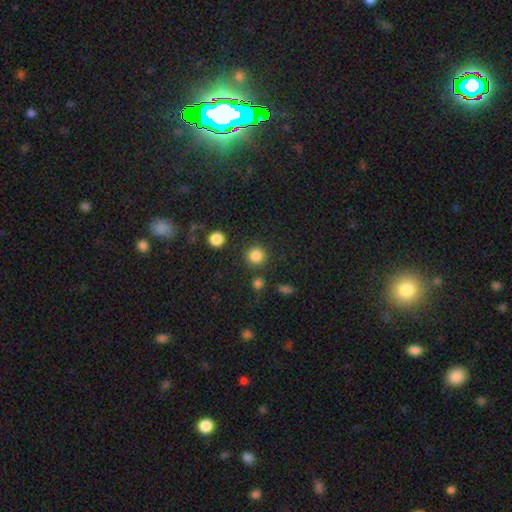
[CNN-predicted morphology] A smooth galaxy with no disk features (85%) that is round (94%). Merging: none (86%).